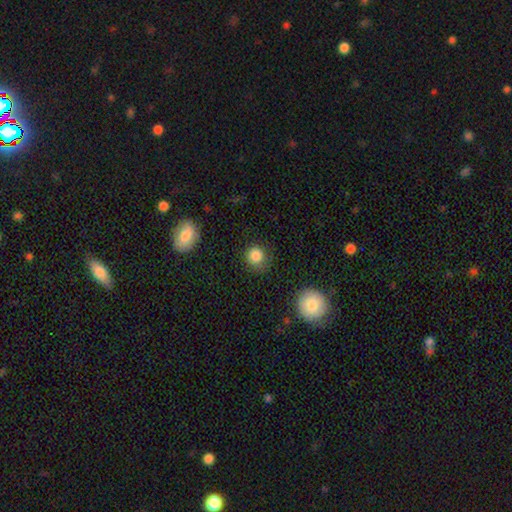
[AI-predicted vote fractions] Smooth or featured? smooth (86%)
How rounded? round (88%)
Merging? none (77%)